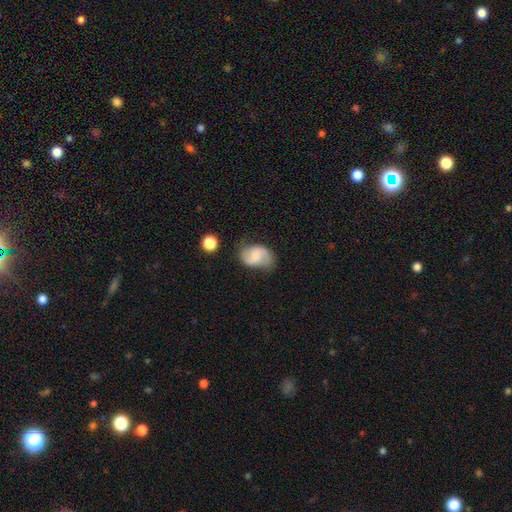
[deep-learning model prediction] Smooth or featured: featured or disk — 64% (smooth — 28%)
Edge-on disk: no — 97% (yes — 3%)
Bar: weak — 47% (no — 41%)
Spiral arms: yes — 92% (no — 8%)
Spiral winding: medium — 45% (loose — 39%)
Spiral arm count: 2 — 88% (can't tell — 6%)
Bulge size: small — 42% (moderate — 32%)
Merging: none — 68% (minor disturbance — 22%)